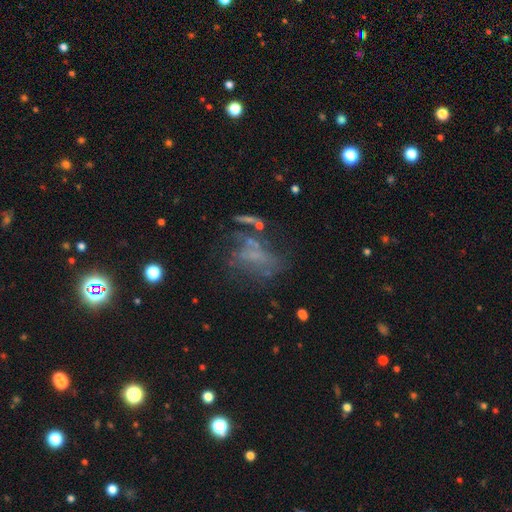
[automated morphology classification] Smooth or featured: featured or disk — 47% (smooth — 30%)
Merging: none — 36% (major disturbance — 35%)